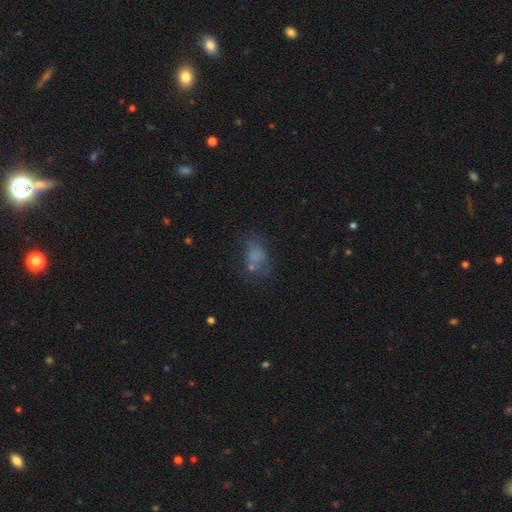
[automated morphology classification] A smooth galaxy with no disk features (55%) that is in between round and cigar-shaped (69%). Merging: none (42%).